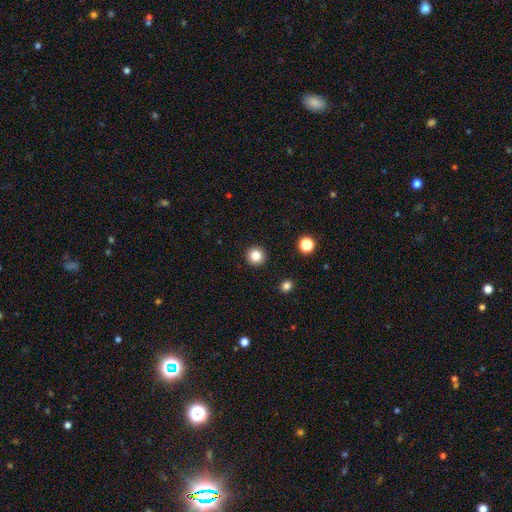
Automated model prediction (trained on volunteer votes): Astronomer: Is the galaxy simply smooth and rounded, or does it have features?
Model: smooth — 84%.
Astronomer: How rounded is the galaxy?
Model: round — 95%.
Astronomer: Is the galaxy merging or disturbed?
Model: none — 92%.